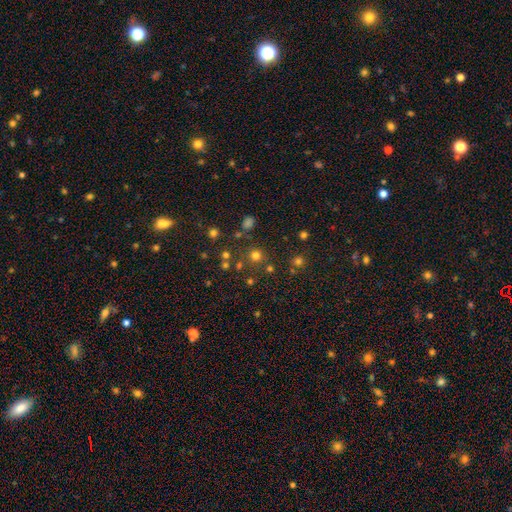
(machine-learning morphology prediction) Smooth or featured: smooth — 71% (star or artifact — 23%)
How rounded: round — 93% (in between — 6%)
Merging: none — 81% (minor disturbance — 8%)